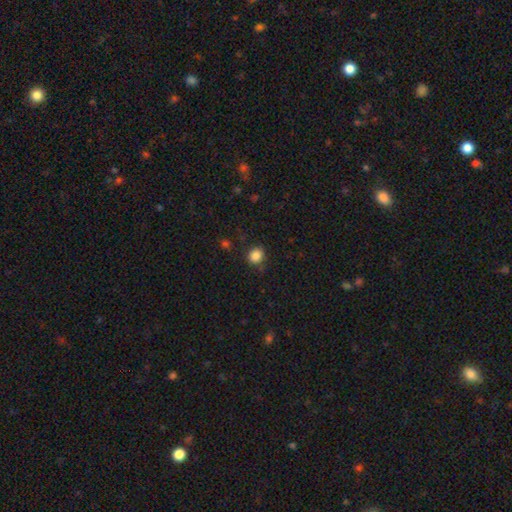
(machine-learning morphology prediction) smooth_or_featured: smooth (p=0.86) [alt: star or artifact p=0.11]
how_rounded: round (p=0.79) [alt: in between p=0.20]
merging: none (p=0.84) [alt: minor disturbance p=0.11]